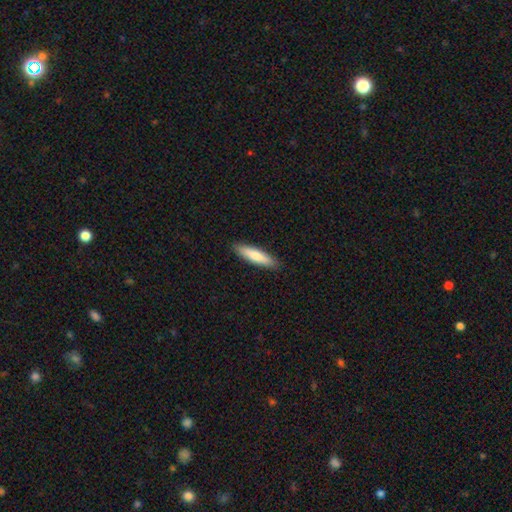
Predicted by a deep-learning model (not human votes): Smooth or featured: smooth — 76% (featured or disk — 19%)
How rounded: cigar-shaped — 77% (in between — 21%)
Merging: none — 90% (minor disturbance — 7%)